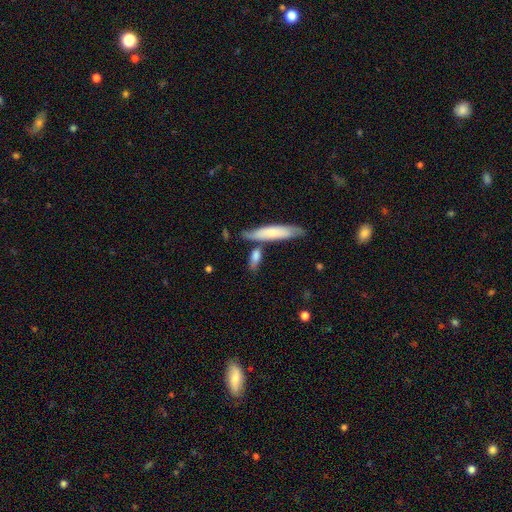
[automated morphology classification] Q: Smooth or featured?
A: smooth (71%); runner-up: featured or disk (23%)
Q: How rounded?
A: cigar-shaped (52%); runner-up: in between (43%)
Q: Merging?
A: none (56%); runner-up: merger (23%)